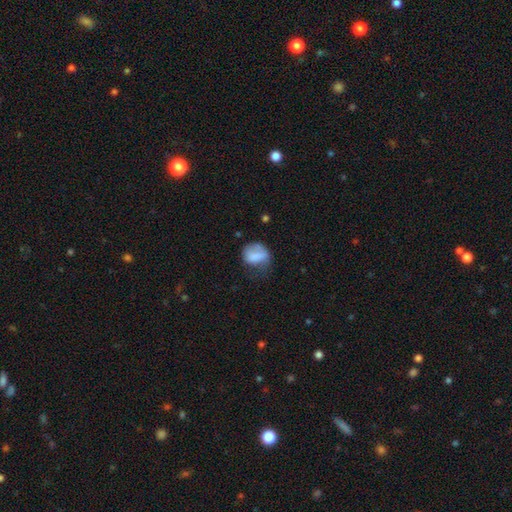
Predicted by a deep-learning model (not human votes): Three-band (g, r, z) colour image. It shows a smooth galaxy with no disk features (73%) that is round (50%). Merging: none (35%).